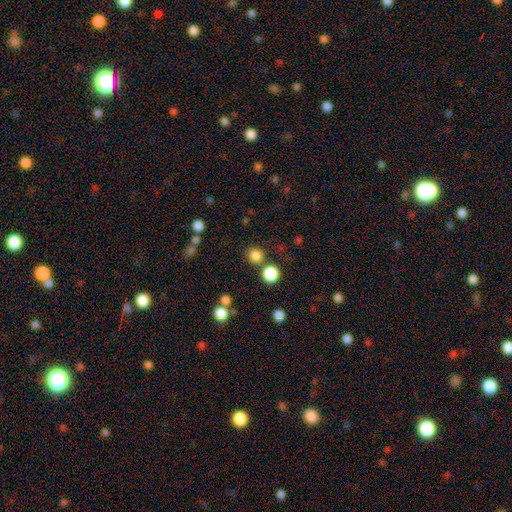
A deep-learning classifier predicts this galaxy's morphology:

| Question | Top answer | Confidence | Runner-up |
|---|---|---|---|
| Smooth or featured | smooth | 82% | star or artifact (14%) |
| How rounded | round | 90% | in between (9%) |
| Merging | none | 78% | merger (11%) |